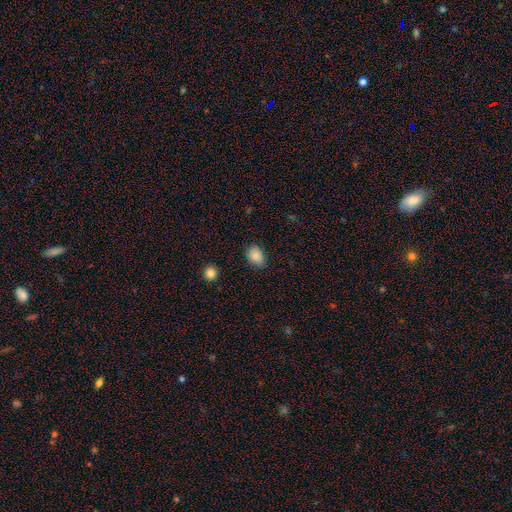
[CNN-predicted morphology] Smooth or featured?
  - smooth: 86% *
  - star or artifact: 9%
  - featured or disk: 5%
How rounded?
  - in between: 70% *
  - round: 29%
  - cigar-shaped: 1%
Merging?
  - none: 81% *
  - minor disturbance: 15%
  - major disturbance: 3%
  - merger: 1%